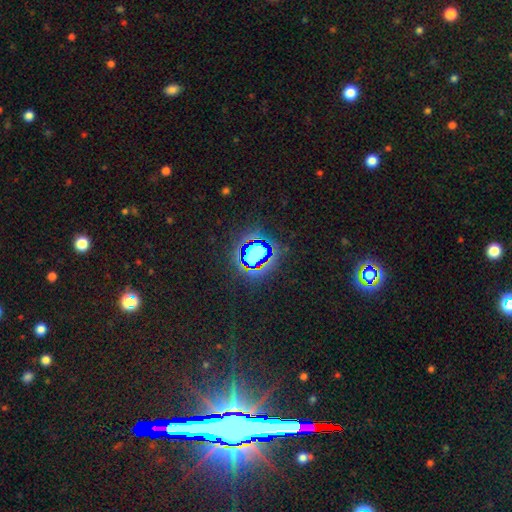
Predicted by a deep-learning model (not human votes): Smooth or featured? Predicted: star or artifact (p=0.79).